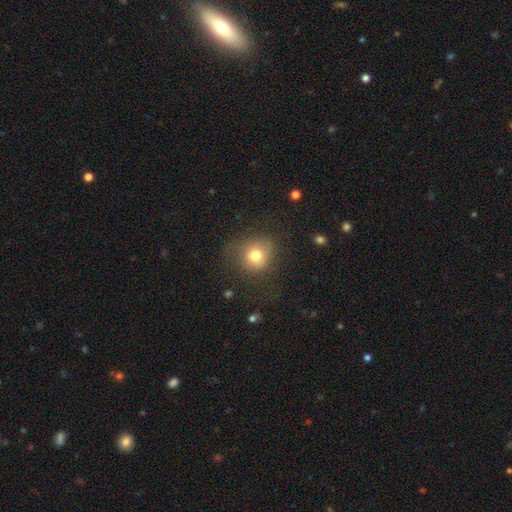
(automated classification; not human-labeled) This is likely a smooth galaxy (75%). How rounded: likely round (79%). Merging: likely none (62%).